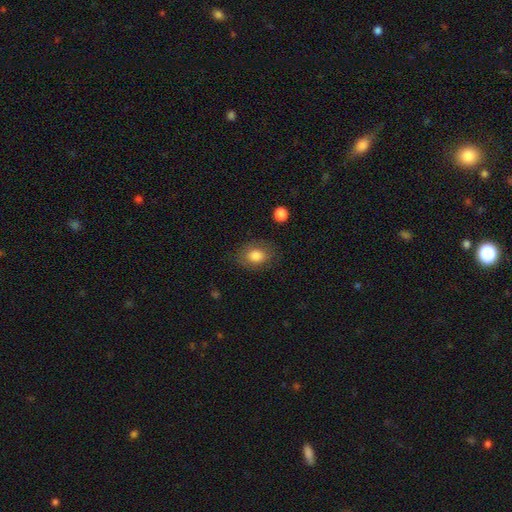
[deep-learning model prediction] A smooth galaxy with no disk features (80%) that is in between round and cigar-shaped (65%). Merging: none (79%).